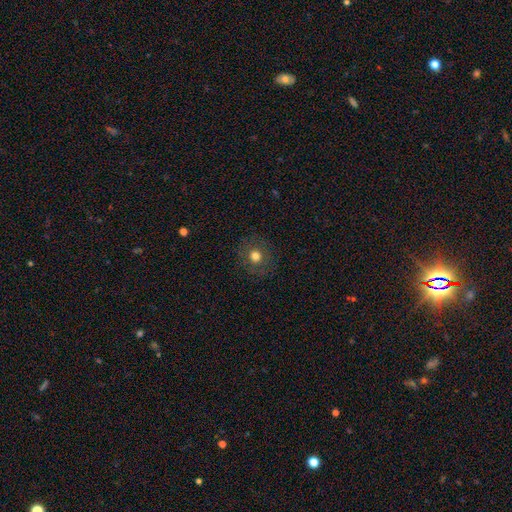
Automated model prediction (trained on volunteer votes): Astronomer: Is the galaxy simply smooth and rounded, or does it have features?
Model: smooth — 72%.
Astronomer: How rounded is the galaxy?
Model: round — 86%.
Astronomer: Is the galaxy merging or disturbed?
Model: none — 87%.